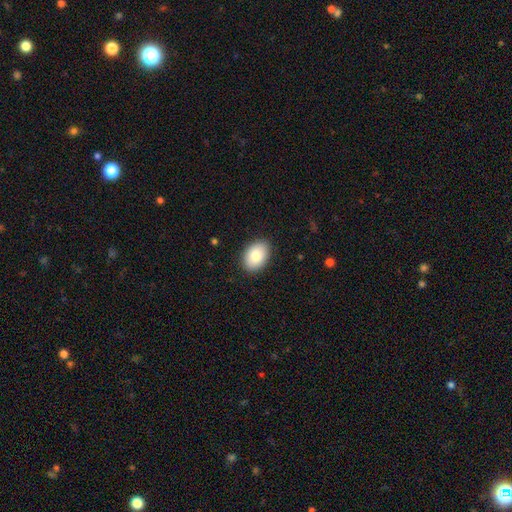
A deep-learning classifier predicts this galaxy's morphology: smooth_or_featured: smooth (p=0.83) [alt: featured or disk p=0.10]
how_rounded: in between (p=0.83) [alt: round p=0.16]
merging: none (p=0.89) [alt: minor disturbance p=0.08]